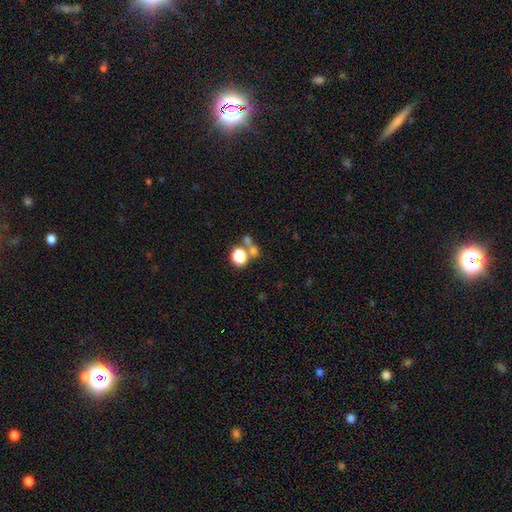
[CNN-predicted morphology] Smooth or featured? smooth (58%)
How rounded? round (73%)
Merging? none (51%)